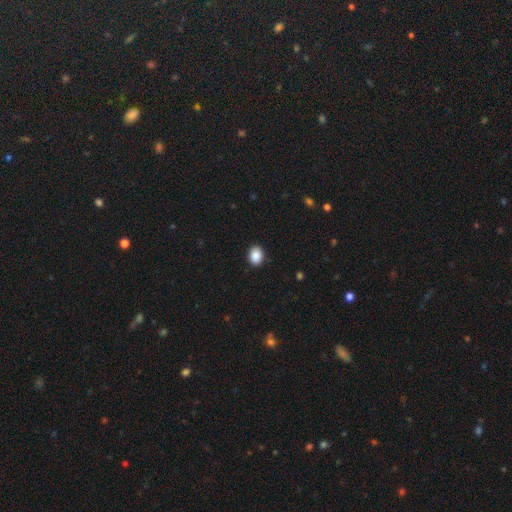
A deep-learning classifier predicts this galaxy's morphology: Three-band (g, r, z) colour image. It shows a smooth galaxy with no disk features (89%) that is in between round and cigar-shaped (66%). Merging: none (90%).